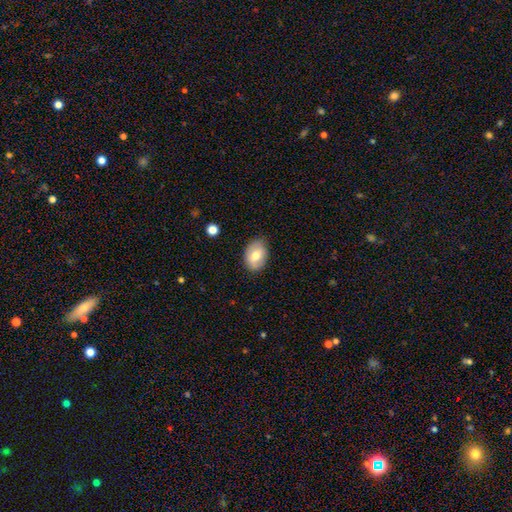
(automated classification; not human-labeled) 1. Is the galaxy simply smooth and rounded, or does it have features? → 73% smooth, 20% featured or disk, 7% star or artifact.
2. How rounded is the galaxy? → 80% in between, 19% round, 1% cigar-shaped.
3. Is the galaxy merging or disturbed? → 78% none, 18% minor disturbance, 3% major disturbance, 1% merger.